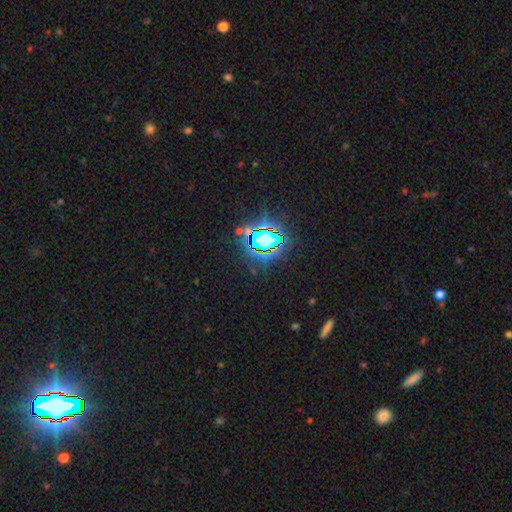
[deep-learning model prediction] Smooth or featured: star or artifact — 83% (smooth — 10%)